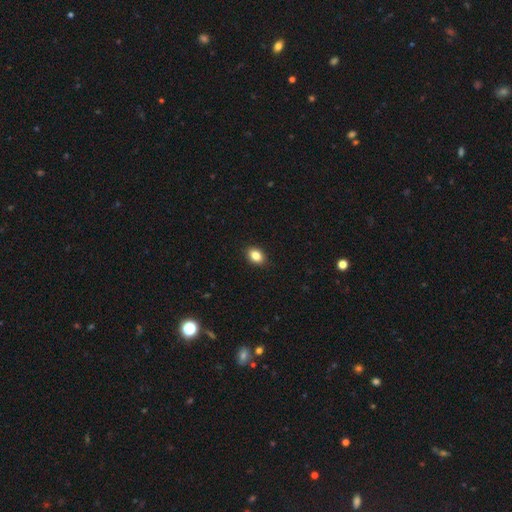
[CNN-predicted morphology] This appears to be a smooth galaxy with no disk features (85%) that is in between round and cigar-shaped (68%). Merging: none (90%).